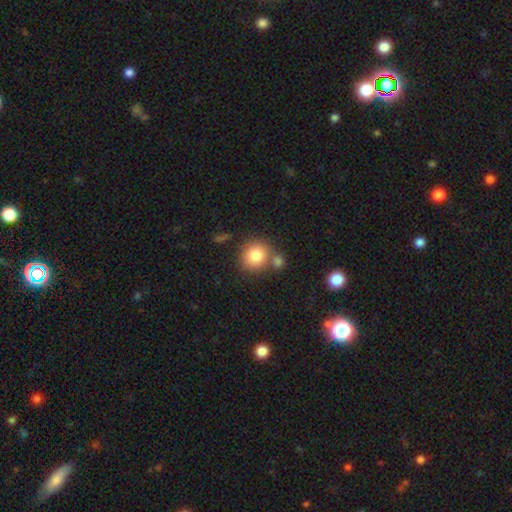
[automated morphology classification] Smooth or featured: smooth — 80% (featured or disk — 10%)
How rounded: round — 82% (in between — 17%)
Merging: none — 65% (merger — 21%)